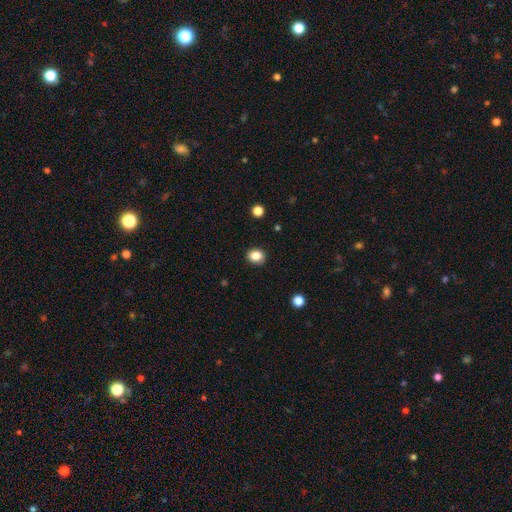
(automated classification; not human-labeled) This appears to be a smooth galaxy with no disk features (86%) that is round (64%). Merging: none (89%).